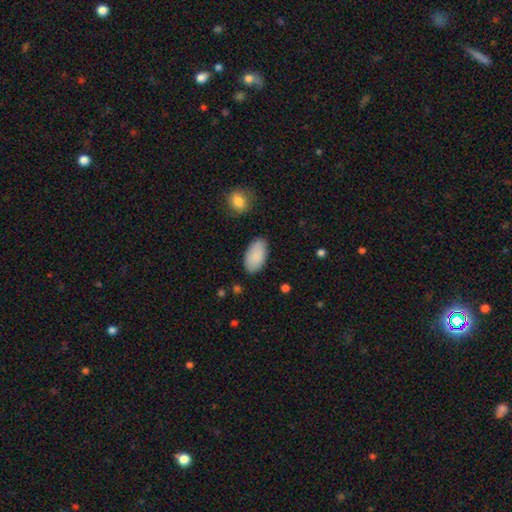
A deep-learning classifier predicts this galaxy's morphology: smooth_or_featured: smooth (p=0.89) [alt: star or artifact p=0.06]
how_rounded: in between (p=0.95) [alt: round p=0.03]
merging: none (p=0.83) [alt: minor disturbance p=0.13]